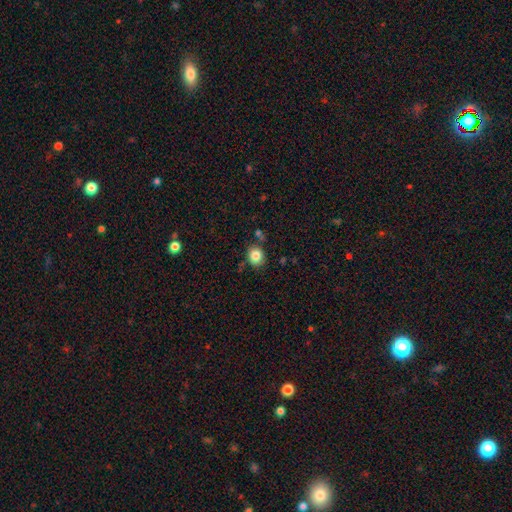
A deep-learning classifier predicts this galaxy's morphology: type=smooth (83%); roundness=round (65%); merging=none (79%).